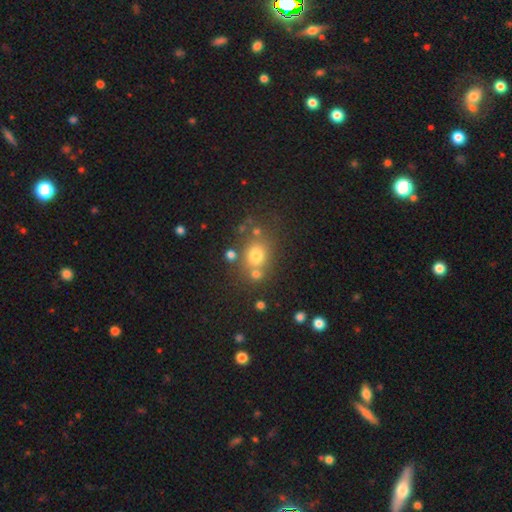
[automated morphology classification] smooth_or_featured: smooth (p=0.71) [alt: star or artifact p=0.17]
how_rounded: round (p=0.68) [alt: in between p=0.31]
merging: none (p=0.65) [alt: merger p=0.17]